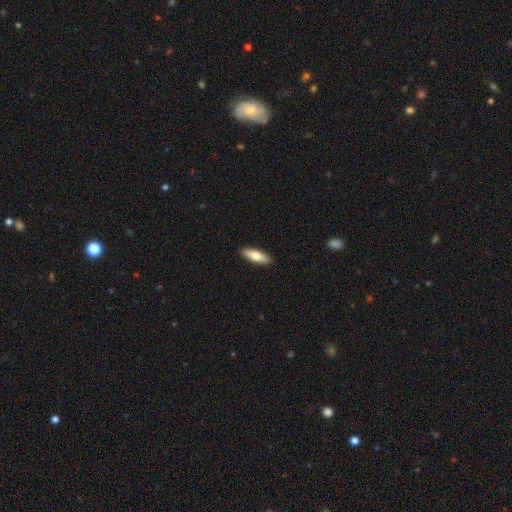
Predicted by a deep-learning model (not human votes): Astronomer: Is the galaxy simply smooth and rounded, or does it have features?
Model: smooth — 71%.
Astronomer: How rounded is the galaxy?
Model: in between — 55% (runner-up: cigar-shaped, 43%).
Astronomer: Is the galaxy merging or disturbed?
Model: none — 91%.